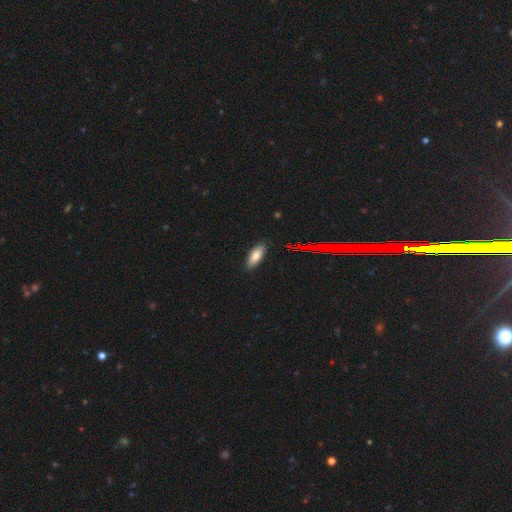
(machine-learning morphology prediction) type=smooth (79%); roundness=in between (75%); merging=none (86%).